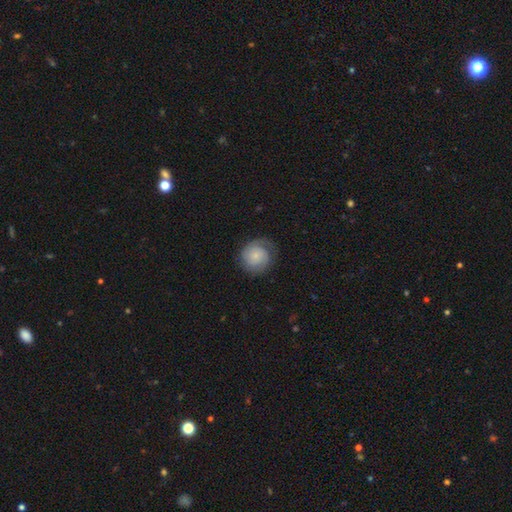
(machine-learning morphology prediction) smooth-or-featured: featured or disk: 50% | smooth: 44% | star or artifact: 7%
  merging: none: 70% | minor disturbance: 19% | major disturbance: 10% | merger: 1%